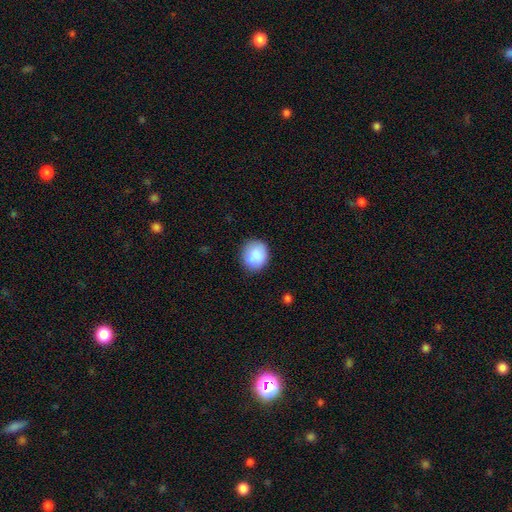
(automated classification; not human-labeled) Smooth or featured? smooth (86%)
How rounded? round (67%)
Merging? none (80%)